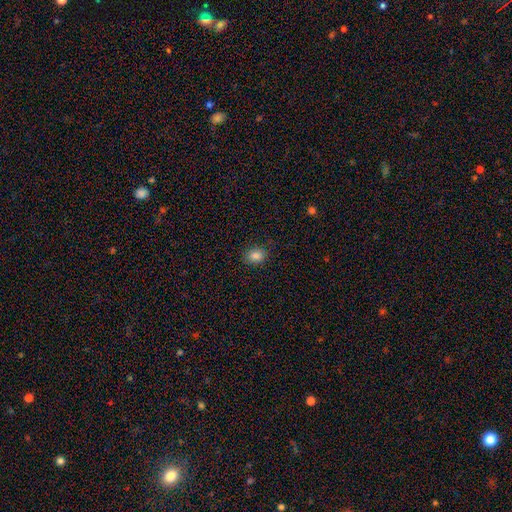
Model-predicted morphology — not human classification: This appears to be a smooth galaxy with no disk features (84%) that is in between round and cigar-shaped (57%). Merging: none (86%).